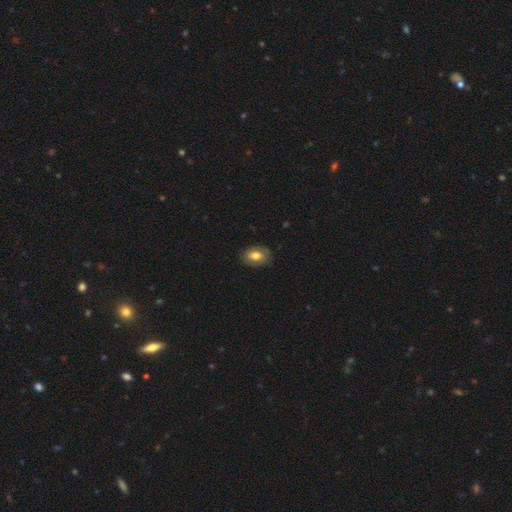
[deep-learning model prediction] smooth 64%, featured or disk 29%, star or artifact 7%. Down the decision tree: how rounded — in between (84%); merging — none (78%).